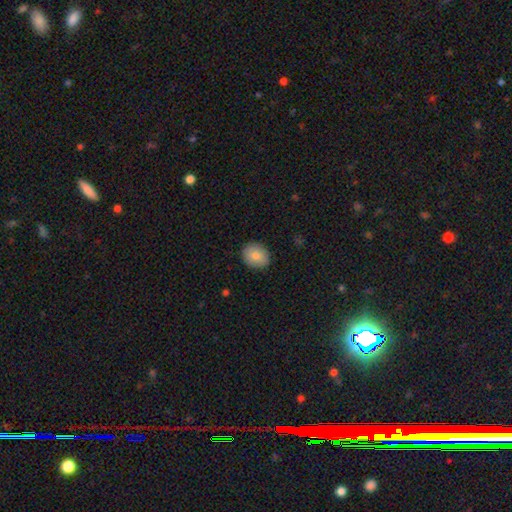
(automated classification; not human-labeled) Overall: smooth (83%). How rounded: round (60%; in between 39%). Merging: none (89%).